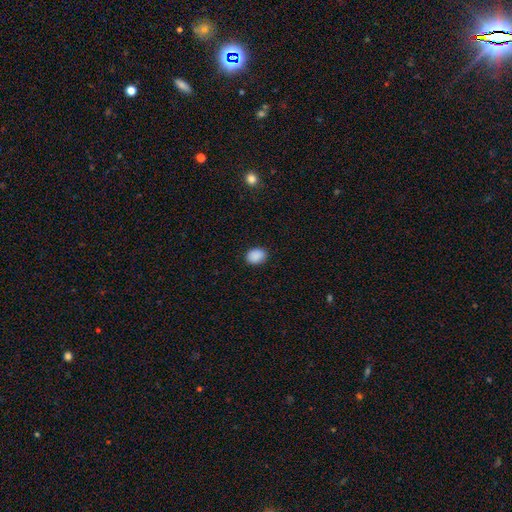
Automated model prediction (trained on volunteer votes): Smooth or featured?
  - smooth: 90% *
  - star or artifact: 8%
  - featured or disk: 2%
How rounded?
  - in between: 62% *
  - round: 37%
  - cigar-shaped: 1%
Merging?
  - none: 88% *
  - minor disturbance: 9%
  - major disturbance: 2%
  - merger: 1%